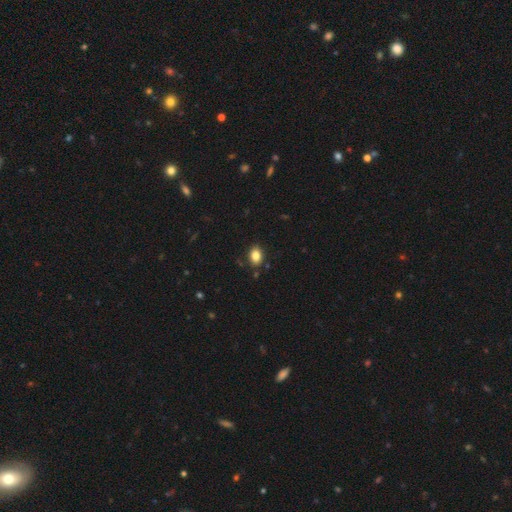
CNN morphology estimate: A smooth galaxy with no disk features (85%) that is in between round and cigar-shaped (78%).

Vote fractions:
- Smooth or featured? smooth: 85% / star or artifact: 9% / featured or disk: 6%
- How rounded? in between: 78% / round: 21% / cigar-shaped: 1%
- Merging? none: 86% / minor disturbance: 10% / major disturbance: 2% / merger: 2%